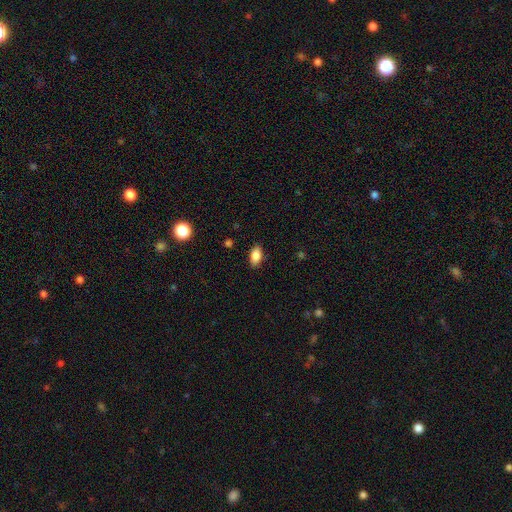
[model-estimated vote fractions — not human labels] Smooth or featured? smooth (85%)
How rounded? in between (90%)
Merging? none (87%)